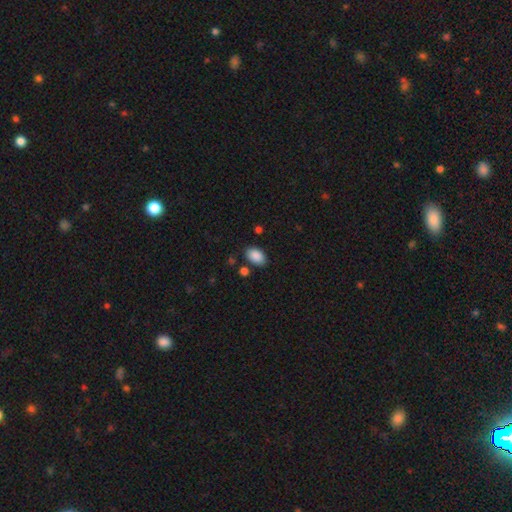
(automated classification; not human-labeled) Smooth or featured? Predicted: smooth (p=0.89). How rounded? Predicted: in between (p=0.89). Merging? Predicted: none (p=0.82).